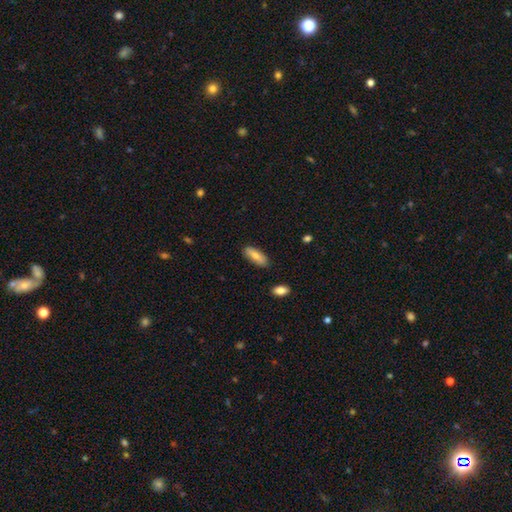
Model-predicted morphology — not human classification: smooth-or-featured: smooth: 74% | featured or disk: 20% | star or artifact: 6%
  how-rounded: in between: 63% | cigar-shaped: 34% | round: 2%
  merging: none: 85% | minor disturbance: 11% | major disturbance: 2% | merger: 2%